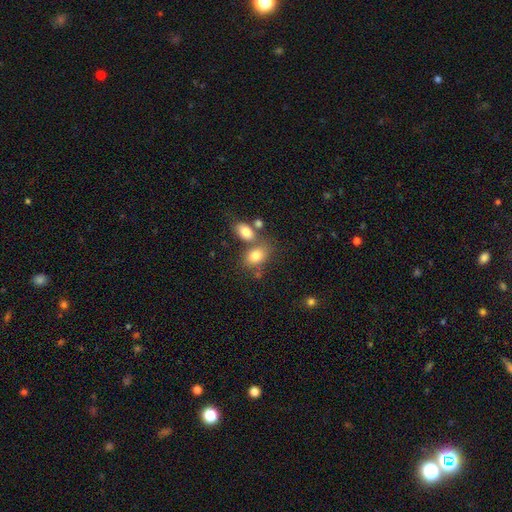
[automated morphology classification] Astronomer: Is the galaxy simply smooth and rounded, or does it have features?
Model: smooth — 79%.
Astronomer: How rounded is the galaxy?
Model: in between — 79%.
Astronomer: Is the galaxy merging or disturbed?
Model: none — 51% (runner-up: merger, 32%).